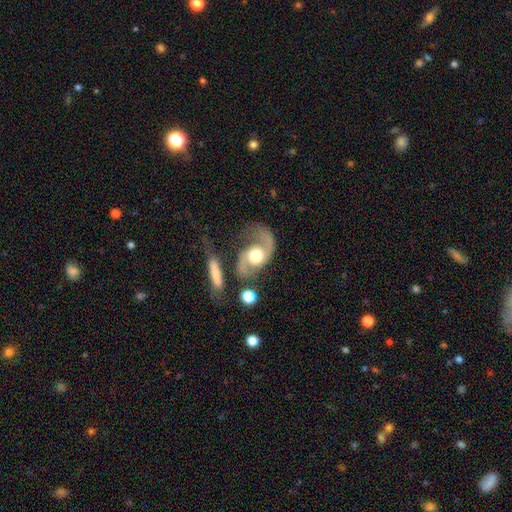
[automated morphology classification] The model was most divided on "spiral winding": loose: 50%, medium: 40%, tight: 10%. More confident: edge-on disk — no (96%); spiral arms — yes (95%); spiral arm count — 2 (88%); smooth or featured — featured or disk (86%); bar — no (66%); bulge size — moderate (60%); merging — none (51%).